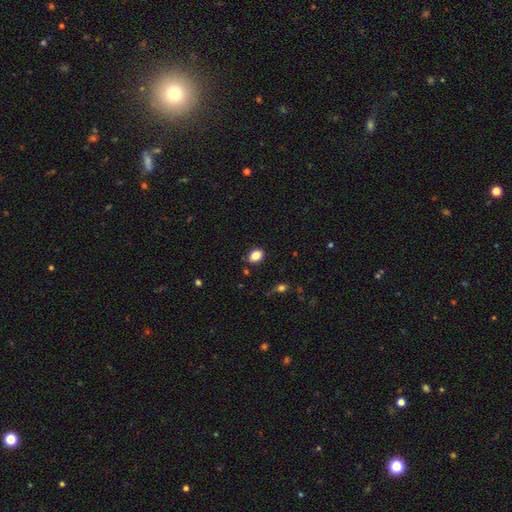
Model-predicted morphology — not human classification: This appears to be a smooth galaxy with no disk features (85%) that is in between round and cigar-shaped (70%). Merging: none (86%).